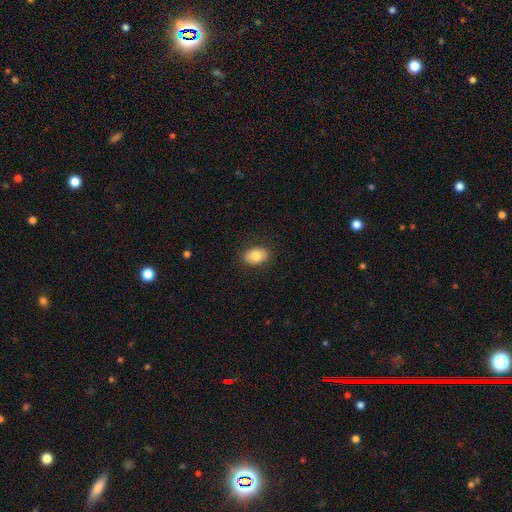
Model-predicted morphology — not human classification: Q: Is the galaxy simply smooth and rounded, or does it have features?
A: smooth — 80%.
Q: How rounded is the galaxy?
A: in between — 78%.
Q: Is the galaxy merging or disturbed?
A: none — 88%.